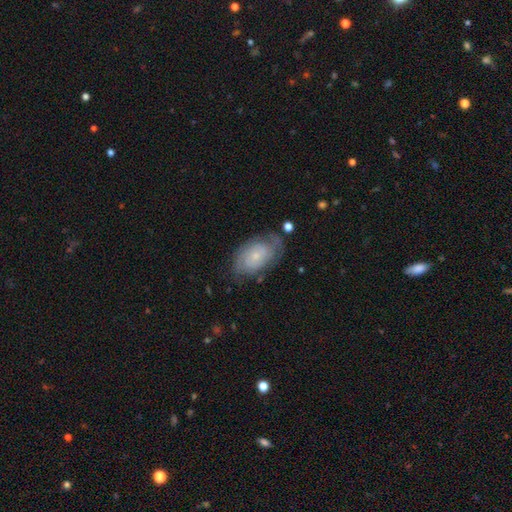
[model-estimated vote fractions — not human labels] Q: Smooth or featured?
A: featured or disk (63%); runner-up: smooth (28%)
Q: Edge-on disk?
A: no (95%); runner-up: yes (5%)
Q: Bar?
A: no (78%); runner-up: weak (19%)
Q: Spiral arms?
A: yes (82%); runner-up: no (18%)
Q: Bulge size?
A: small (73%); runner-up: moderate (19%)
Q: Merging?
A: none (66%); runner-up: minor disturbance (22%)